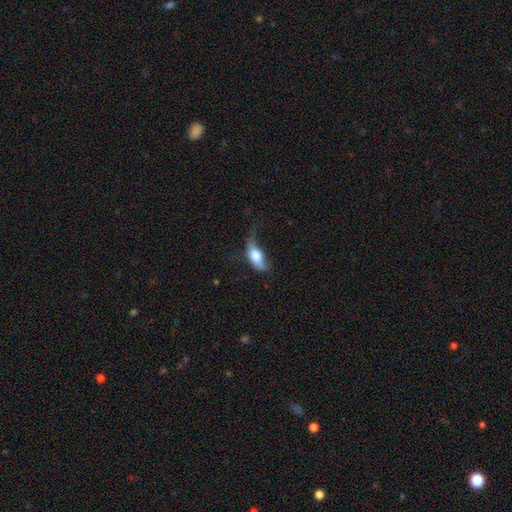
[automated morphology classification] Smooth or featured: smooth — 66% (featured or disk — 27%)
How rounded: in between — 80% (cigar-shaped — 14%)
Merging: major disturbance — 40% (minor disturbance — 32%)